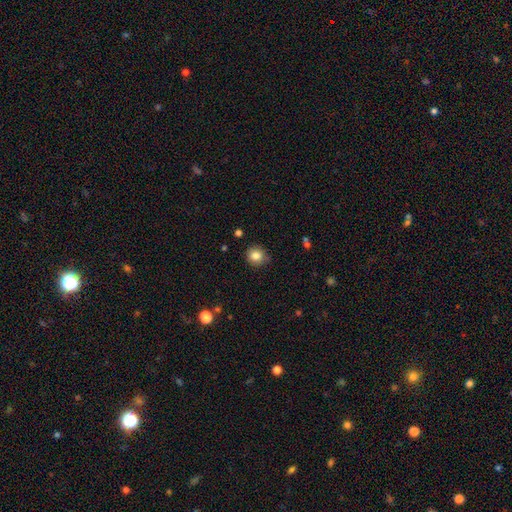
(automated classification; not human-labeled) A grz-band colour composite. It shows a smooth galaxy with no disk features (83%) that is round (89%). Merging: none (82%).